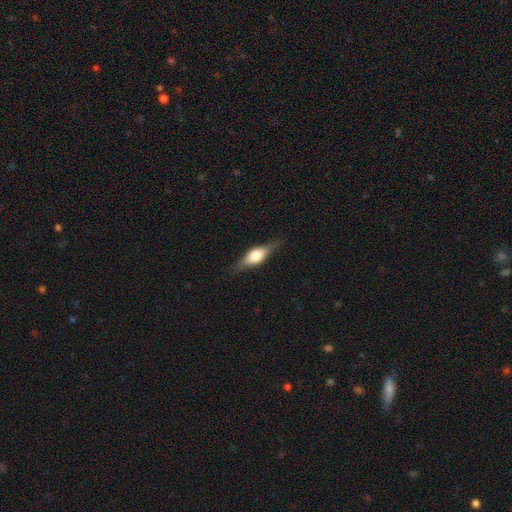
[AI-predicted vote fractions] featured or disk 54%, smooth 39%, star or artifact 7%. Down the decision tree: edge-on disk — yes (93%); merging — none (82%).